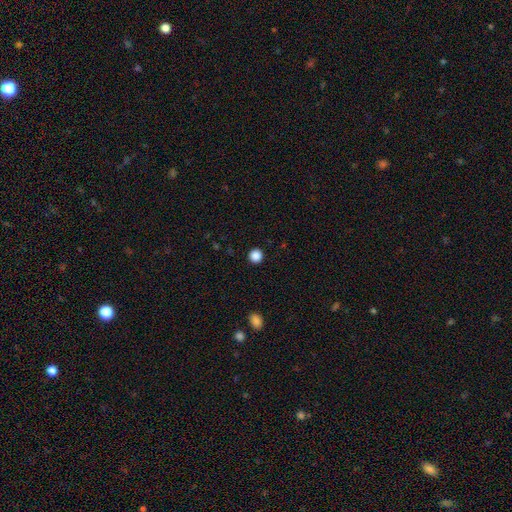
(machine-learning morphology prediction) smooth_or_featured: smooth (p=0.87) [alt: star or artifact p=0.11]
how_rounded: round (p=0.95) [alt: in between p=0.04]
merging: none (p=0.93) [alt: minor disturbance p=0.04]